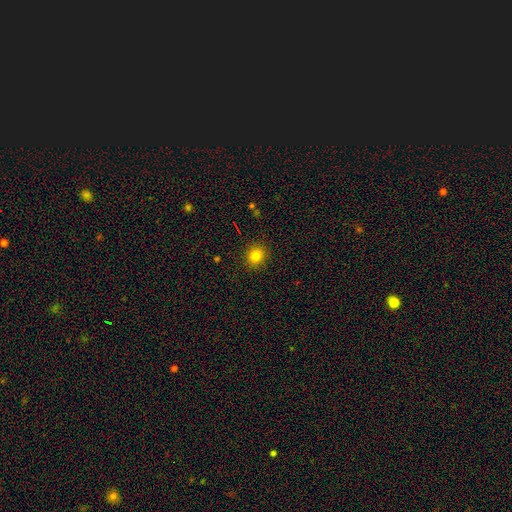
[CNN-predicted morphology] Smooth or featured: smooth — 82% (star or artifact — 13%)
How rounded: round — 80% (in between — 19%)
Merging: none — 90% (minor disturbance — 7%)